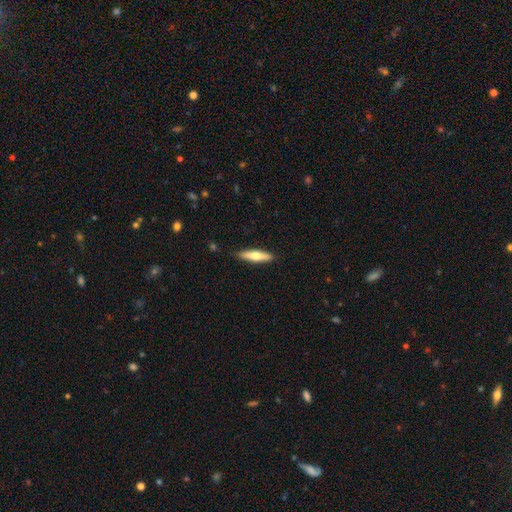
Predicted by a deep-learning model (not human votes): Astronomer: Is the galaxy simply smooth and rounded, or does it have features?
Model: smooth — 60% (runner-up: featured or disk, 35%).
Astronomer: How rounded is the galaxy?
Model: cigar-shaped — 73%.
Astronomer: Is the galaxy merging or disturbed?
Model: none — 88%.